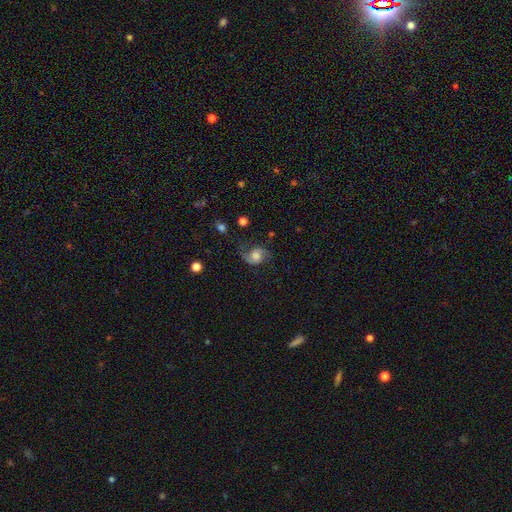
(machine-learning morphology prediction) A featured or disk galaxy (60%) with no bar (65%), 2 (80%) loose (51%) spiral arms (91%) and a moderate central bulge (41%). Merging: none (58%).